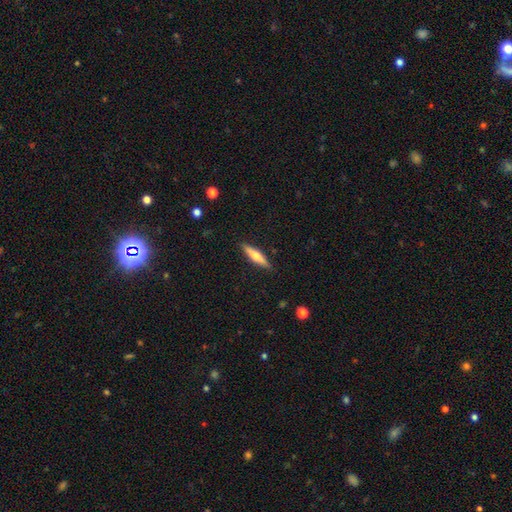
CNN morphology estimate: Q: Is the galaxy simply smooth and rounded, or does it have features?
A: featured or disk — 49%.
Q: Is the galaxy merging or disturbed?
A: none — 89%.